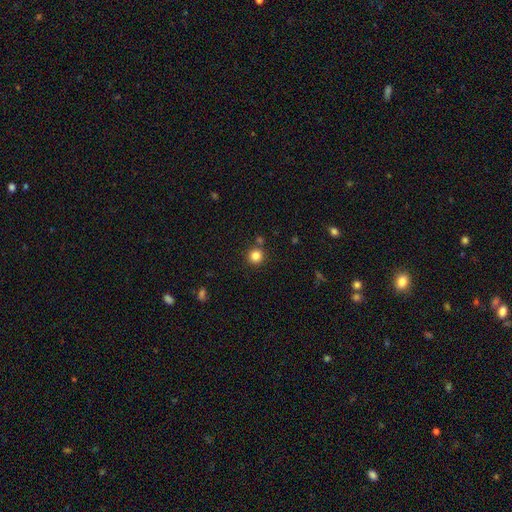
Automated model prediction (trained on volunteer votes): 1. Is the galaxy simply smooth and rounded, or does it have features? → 84% smooth, 12% star or artifact, 4% featured or disk.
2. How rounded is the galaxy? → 93% round, 6% in between, 1% cigar-shaped.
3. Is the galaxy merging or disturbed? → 83% none, 8% merger, 7% minor disturbance, 2% major disturbance.